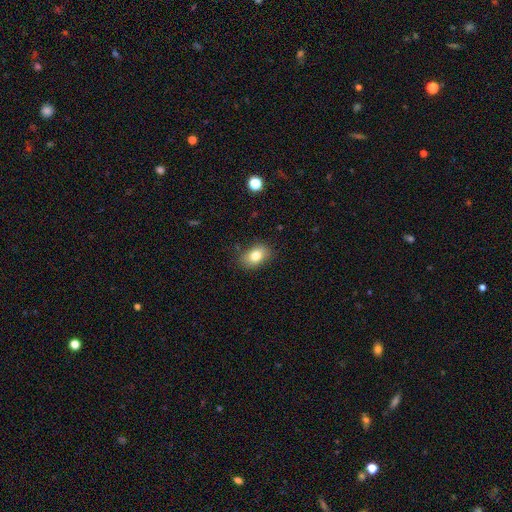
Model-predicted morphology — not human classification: This is likely a smooth galaxy (80%). How rounded: clearly in between (83%). Merging: clearly none (82%).